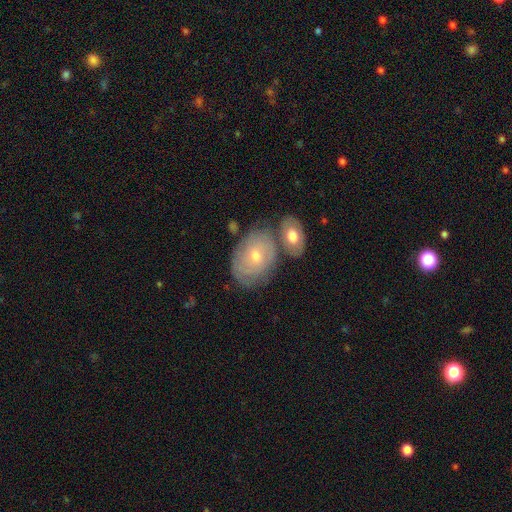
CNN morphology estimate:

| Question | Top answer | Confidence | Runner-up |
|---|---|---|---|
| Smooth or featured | featured or disk | 56% | smooth (36%) |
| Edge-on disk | no | 94% | yes (6%) |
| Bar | no | 80% | weak (17%) |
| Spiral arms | yes | 66% | no (34%) |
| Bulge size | moderate | 49% | small (48%) |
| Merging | none | 59% | merger (20%) |